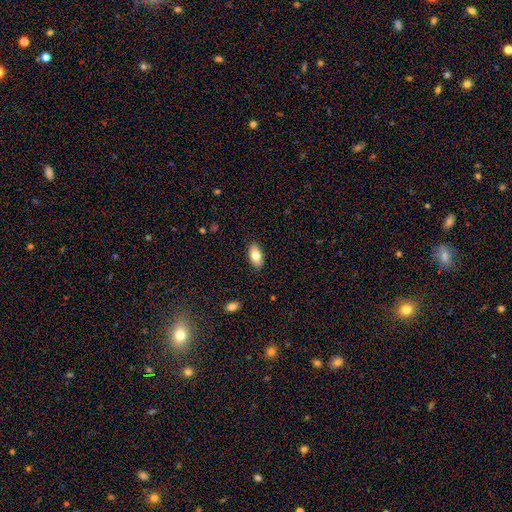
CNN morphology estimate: Overall: smooth (79%). How rounded: in between (91%). Merging: none (88%).